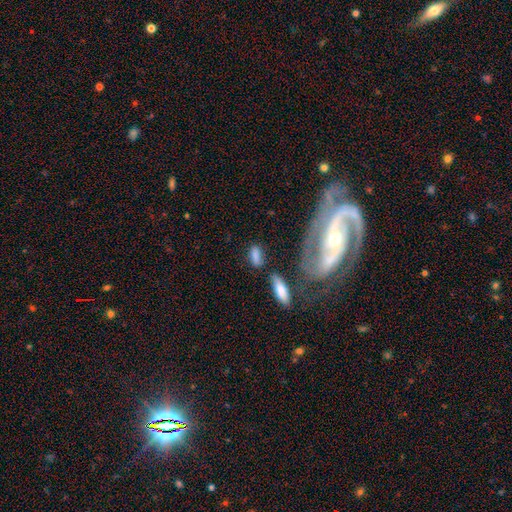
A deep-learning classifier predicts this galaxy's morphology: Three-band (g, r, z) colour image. It shows a smooth galaxy with no disk features (79%) that is in between round and cigar-shaped (74%). Merging: none (65%).